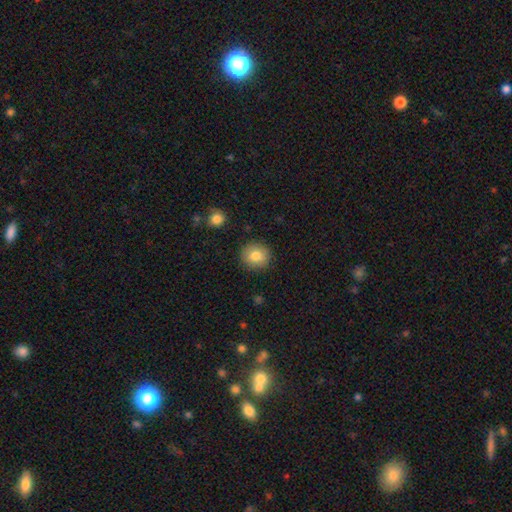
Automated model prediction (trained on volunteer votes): Q: Smooth or featured?
A: smooth (81%); runner-up: featured or disk (10%)
Q: How rounded?
A: round (89%); runner-up: in between (10%)
Q: Merging?
A: none (89%); runner-up: minor disturbance (7%)